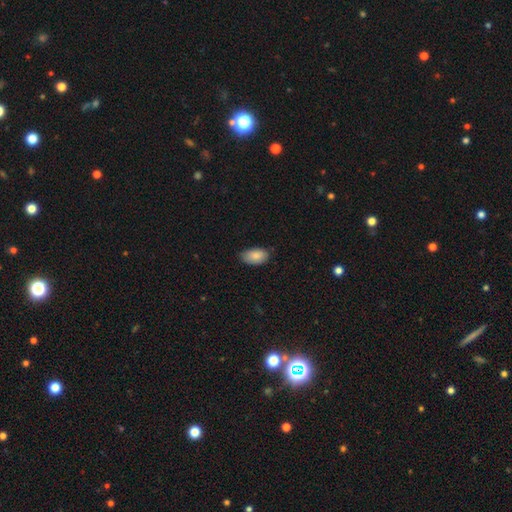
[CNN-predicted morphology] A smooth galaxy with no disk features (86%) that is in between round and cigar-shaped (94%). Merging: none (73%).